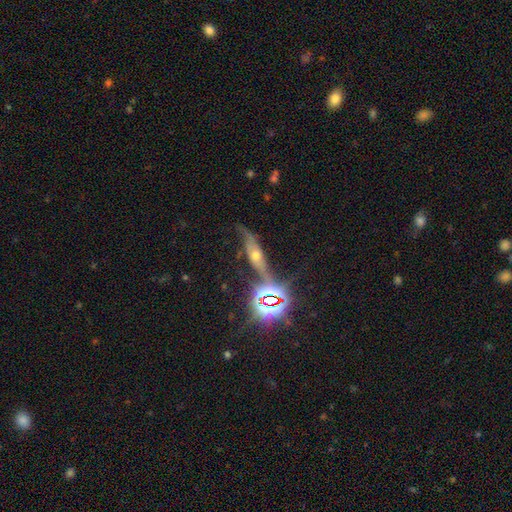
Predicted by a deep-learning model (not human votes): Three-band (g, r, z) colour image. It shows a featured or disk galaxy (53%) viewed edge-on (62%). Merging: none (58%).